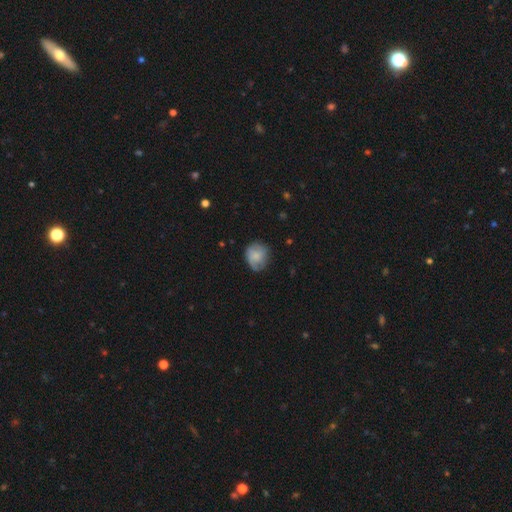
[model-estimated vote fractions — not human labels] This appears to be a smooth galaxy with no disk features (68%) that is round (72%). Merging: none (62%).